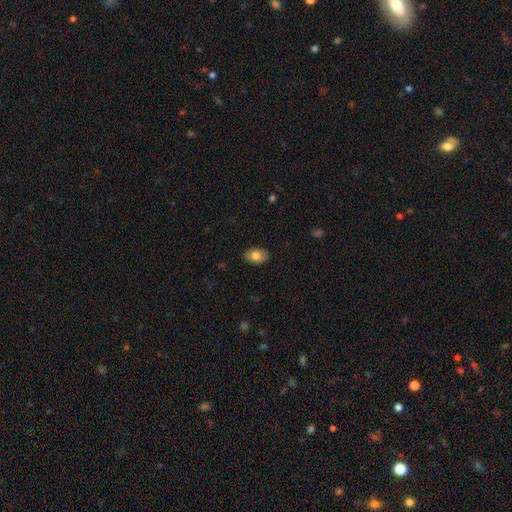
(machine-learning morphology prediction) This is likely a smooth galaxy (80%). How rounded: clearly in between (87%). Merging: clearly none (86%).